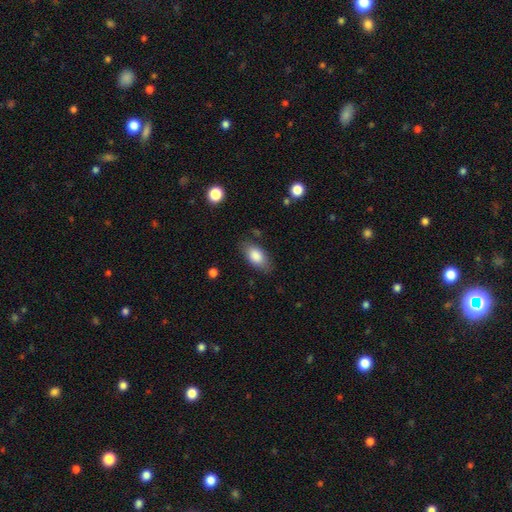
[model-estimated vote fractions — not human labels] Overall: smooth (84%). How rounded: in between (91%). Merging: none (79%).